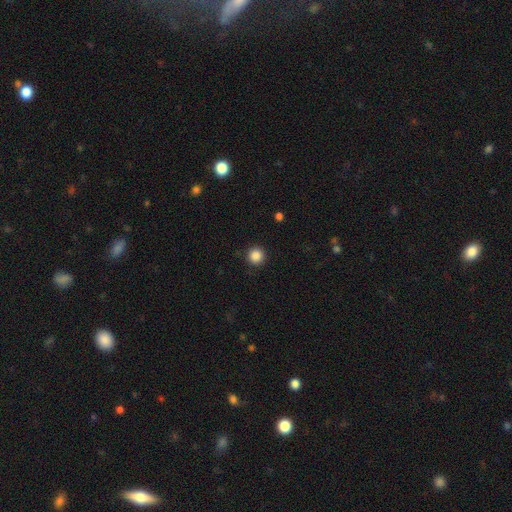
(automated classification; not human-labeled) The model was most divided on "smooth or featured": smooth: 86%, star or artifact: 10%, featured or disk: 3%. More confident: how rounded — round (96%); merging — none (91%).